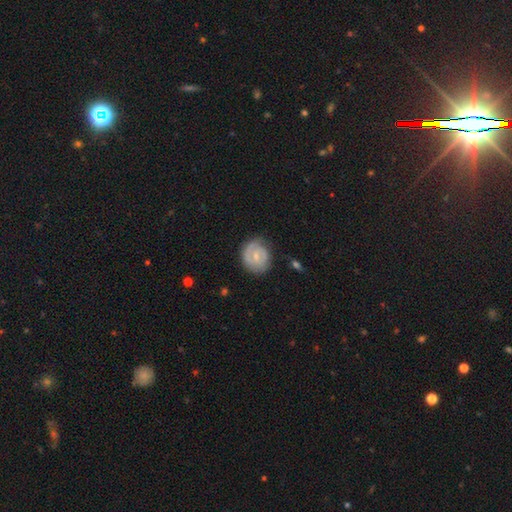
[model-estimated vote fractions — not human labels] smooth-or-featured: featured or disk: 61% | smooth: 33% | star or artifact: 6%
  disk-edge-on: no: 97% | yes: 3%
    bar: no: 46% | weak: 45% | strong: 9%
    has-spiral-arms: yes: 78% | no: 22%
    bulge-size: small: 60% | moderate: 34% | none: 5% | large: 1% | dominant: 1%
  merging: none: 73% | minor disturbance: 20% | major disturbance: 6% | merger: 2%